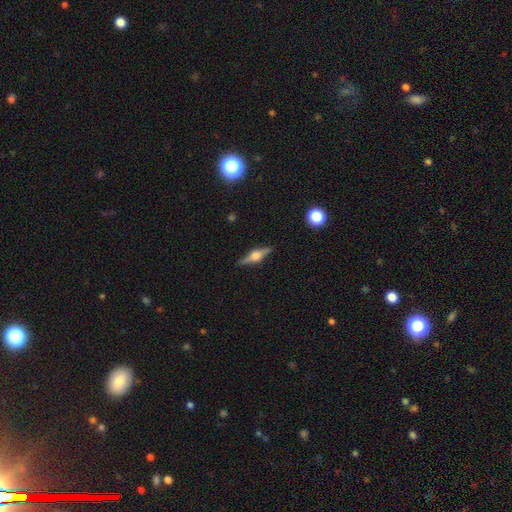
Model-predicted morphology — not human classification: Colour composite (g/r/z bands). It shows a featured or disk galaxy (78%) viewed edge-on (97%) with a rounded central bulge (92%). Merging: none (90%).